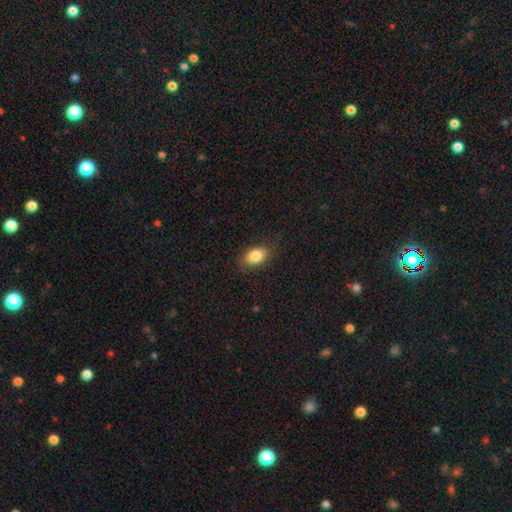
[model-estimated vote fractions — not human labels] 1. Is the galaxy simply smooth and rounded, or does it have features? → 85% smooth, 8% star or artifact, 7% featured or disk.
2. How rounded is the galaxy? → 87% in between, 11% round, 2% cigar-shaped.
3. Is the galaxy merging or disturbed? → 84% none, 12% minor disturbance, 3% major disturbance, 1% merger.